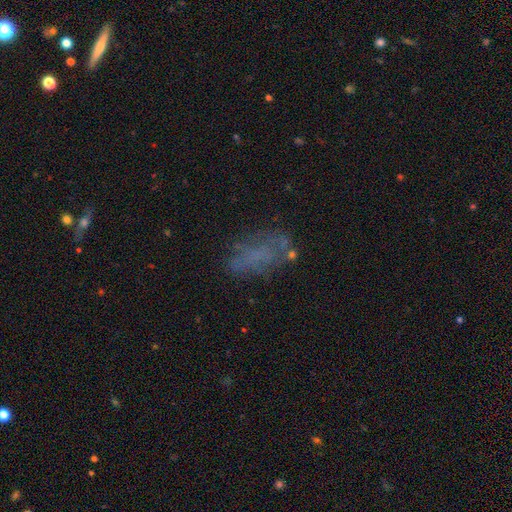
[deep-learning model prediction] This is possibly a smooth galaxy (48%). Merging: possibly none (57%).